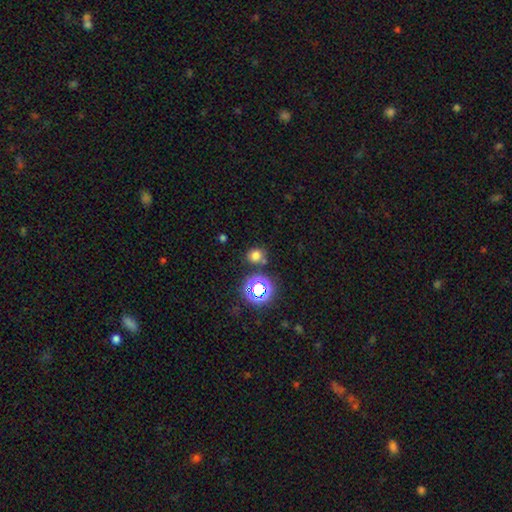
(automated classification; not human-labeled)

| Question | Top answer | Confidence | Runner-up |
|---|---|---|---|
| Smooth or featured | smooth | 69% | star or artifact (24%) |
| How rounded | round | 77% | in between (22%) |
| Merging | none | 74% | merger (11%) |